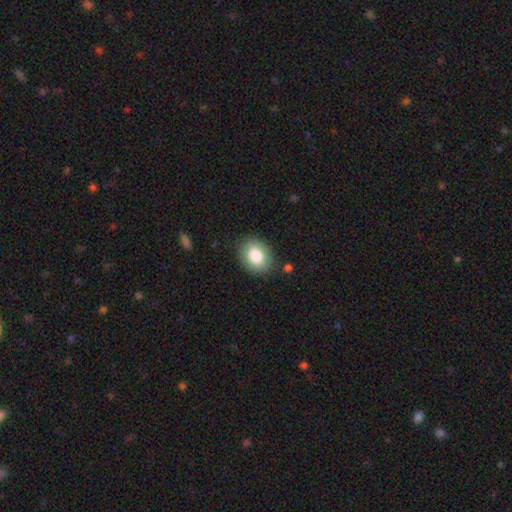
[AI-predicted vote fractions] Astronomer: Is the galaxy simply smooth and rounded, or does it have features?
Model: smooth — 81%.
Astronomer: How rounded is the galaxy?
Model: in between — 62% (runner-up: round, 37%).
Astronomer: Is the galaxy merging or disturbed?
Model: none — 85%.